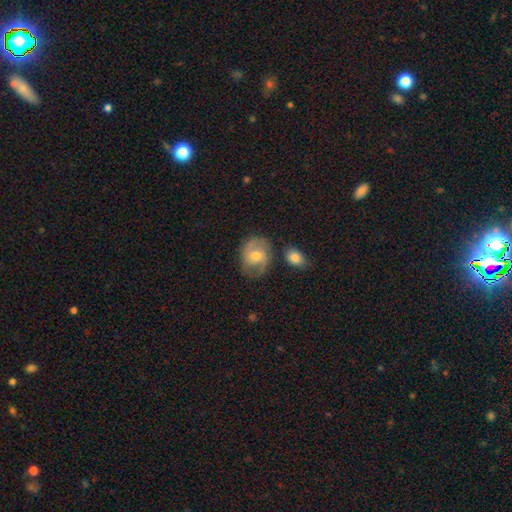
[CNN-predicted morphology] smooth_or_featured: featured or disk (p=0.57) [alt: smooth p=0.36]
disk_edge_on: no (p=0.97) [alt: yes p=0.03]
bar: no (p=0.51) [alt: weak p=0.41]
has_spiral_arms: yes (p=0.83) [alt: no p=0.17]
bulge_size: moderate (p=0.68) [alt: small p=0.24]
merging: none (p=0.69) [alt: minor disturbance p=0.19]